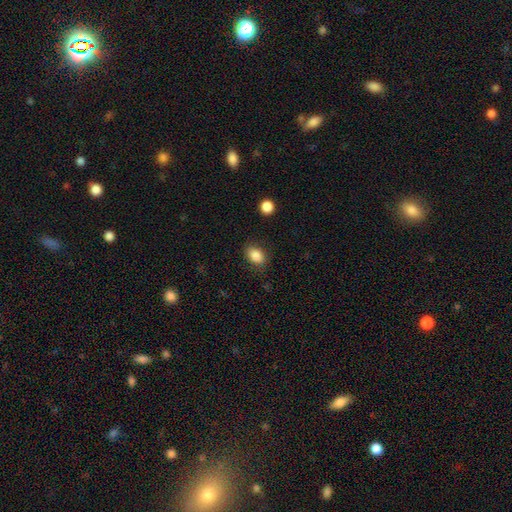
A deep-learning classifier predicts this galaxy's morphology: Smooth or featured? smooth (86%)
How rounded? in between (72%)
Merging? none (83%)